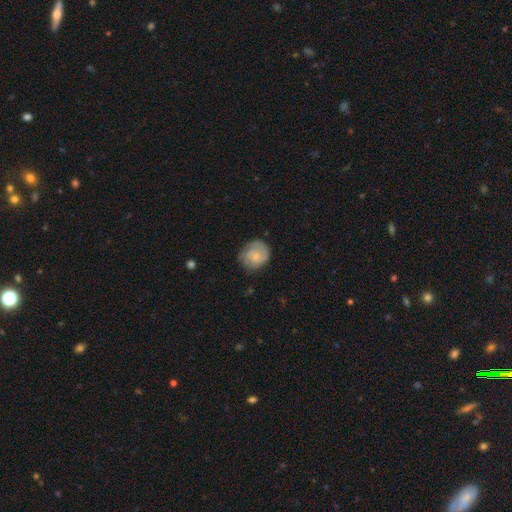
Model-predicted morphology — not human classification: A featured or disk galaxy (47%).

Vote fractions:
- Smooth or featured? featured or disk: 47% / smooth: 46% / star or artifact: 7%
- Merging? none: 65% / minor disturbance: 24% / major disturbance: 10% / merger: 1%